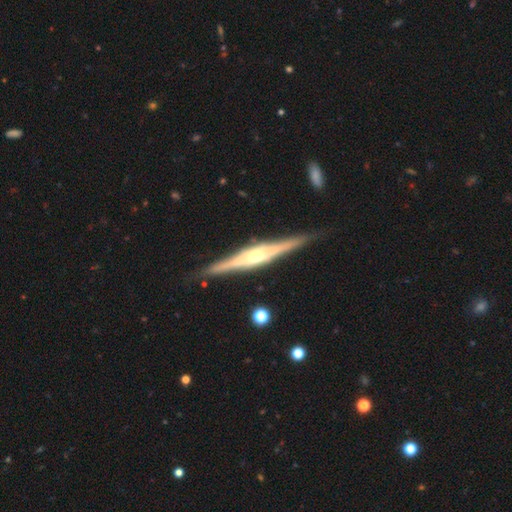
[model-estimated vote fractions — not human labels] smooth_or_featured: featured or disk (p=0.86) [alt: smooth p=0.09]
disk_edge_on: yes (p=0.98) [alt: no p=0.02]
edge_on_bulge: rounded (p=0.71) [alt: boxy p=0.24]
merging: none (p=0.88) [alt: minor disturbance p=0.09]